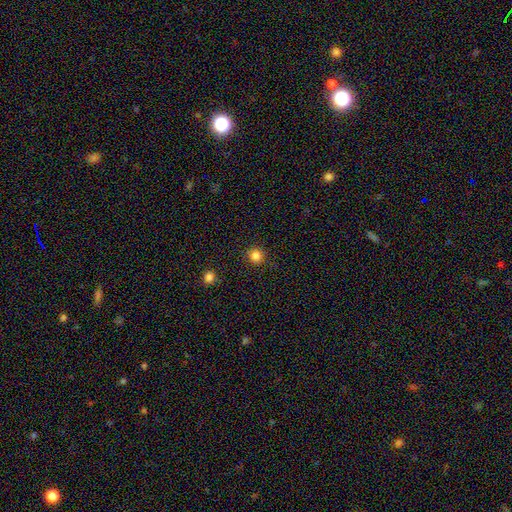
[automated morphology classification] The model was most divided on "smooth or featured": smooth: 84%, star or artifact: 12%, featured or disk: 4%. More confident: how rounded — round (94%); merging — none (91%).